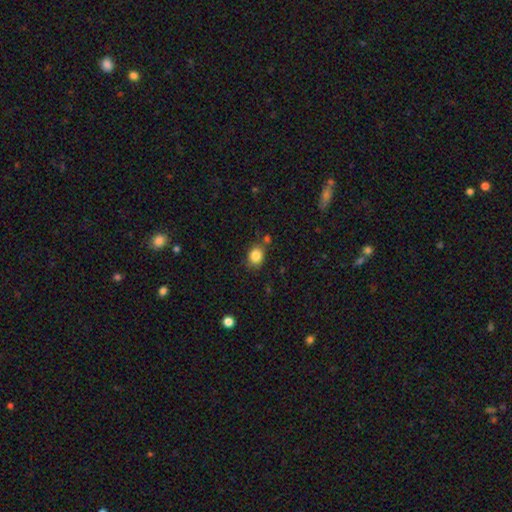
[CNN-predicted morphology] A smooth galaxy with no disk features (84%) that is round (52%). Merging: none (75%).